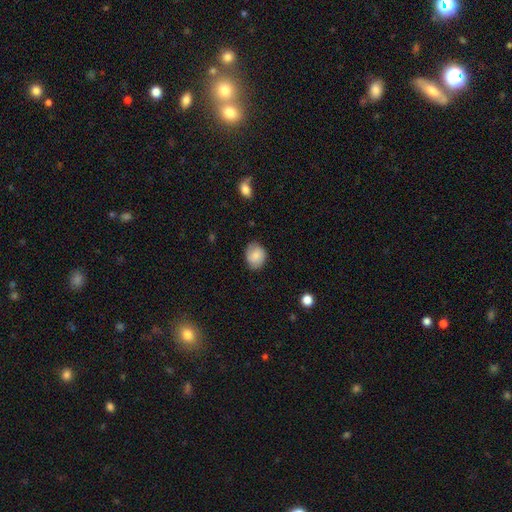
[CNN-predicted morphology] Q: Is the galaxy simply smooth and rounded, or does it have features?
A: smooth — 74%.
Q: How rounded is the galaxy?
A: in between — 50%.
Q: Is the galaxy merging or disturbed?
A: none — 74%.